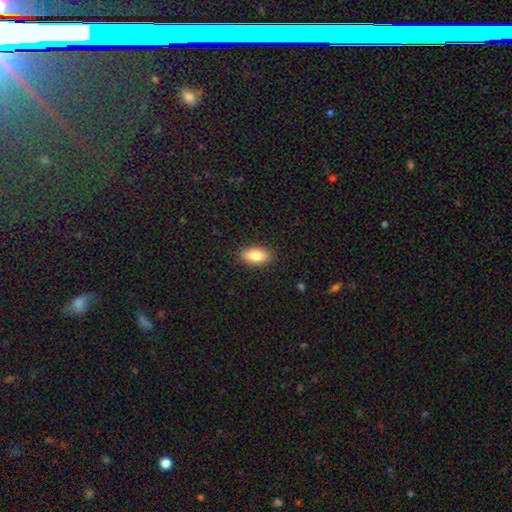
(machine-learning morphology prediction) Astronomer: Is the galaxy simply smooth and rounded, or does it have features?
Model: smooth — 84%.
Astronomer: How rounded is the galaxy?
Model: in between — 90%.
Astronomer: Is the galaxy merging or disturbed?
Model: none — 89%.